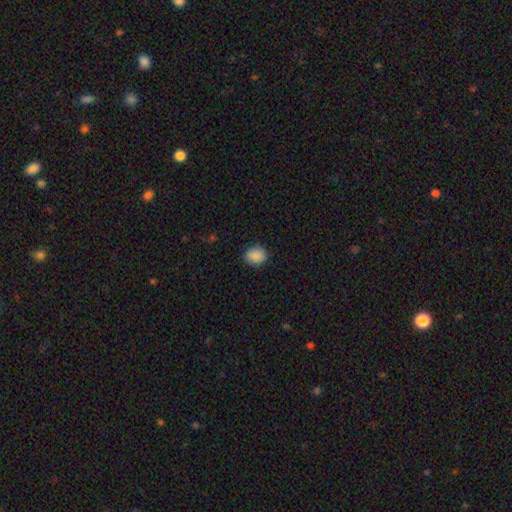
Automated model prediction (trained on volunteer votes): Morphology: type=smooth (89%); roundness=round (56%); merging=none (86%).